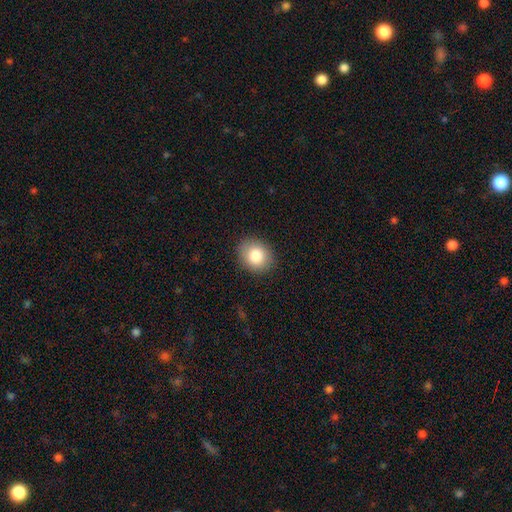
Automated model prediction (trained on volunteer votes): Q: Smooth or featured?
A: smooth (83%); runner-up: star or artifact (9%)
Q: How rounded?
A: round (62%); runner-up: in between (37%)
Q: Merging?
A: none (88%); runner-up: minor disturbance (8%)